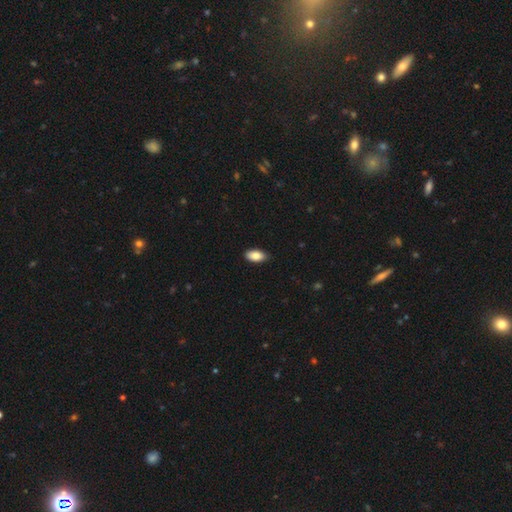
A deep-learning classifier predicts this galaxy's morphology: A smooth galaxy with no disk features (84%) that is in between round and cigar-shaped (93%). Merging: none (87%).